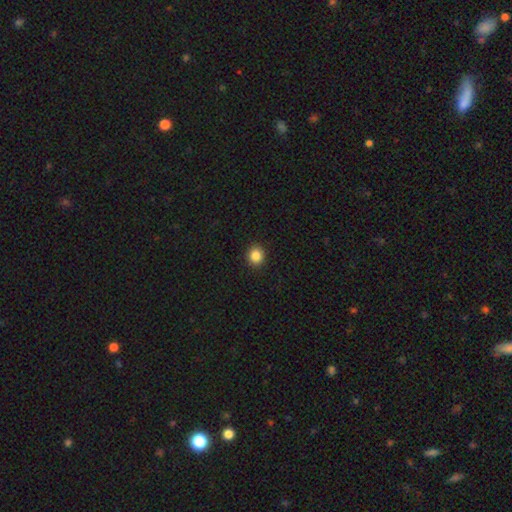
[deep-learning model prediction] A smooth galaxy with no disk features (86%) that is round (80%).

Vote fractions:
- Smooth or featured? smooth: 86% / star or artifact: 10% / featured or disk: 4%
- How rounded? round: 80% / in between: 19% / cigar-shaped: 1%
- Merging? none: 92% / minor disturbance: 5% / major disturbance: 2% / merger: 1%